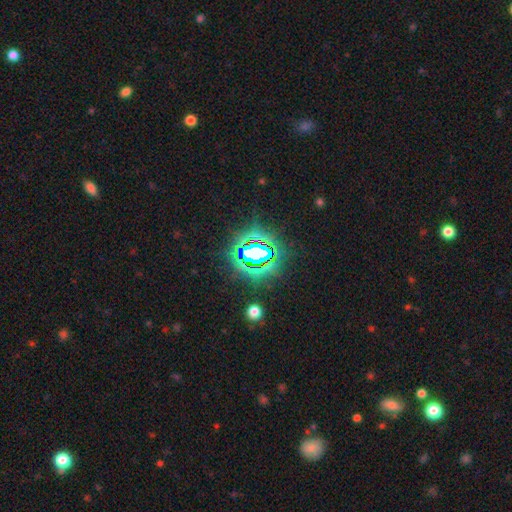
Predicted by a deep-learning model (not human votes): smooth_or_featured: star or artifact (p=0.75) [alt: smooth p=0.14]